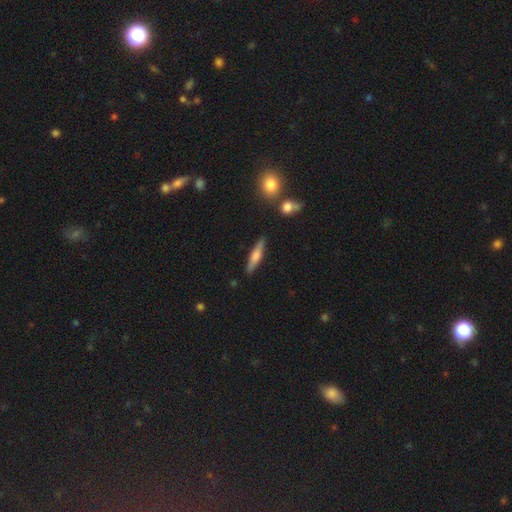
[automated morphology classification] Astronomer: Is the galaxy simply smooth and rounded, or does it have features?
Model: smooth — 50% (runner-up: featured or disk, 44%).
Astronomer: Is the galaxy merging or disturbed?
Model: none — 87%.